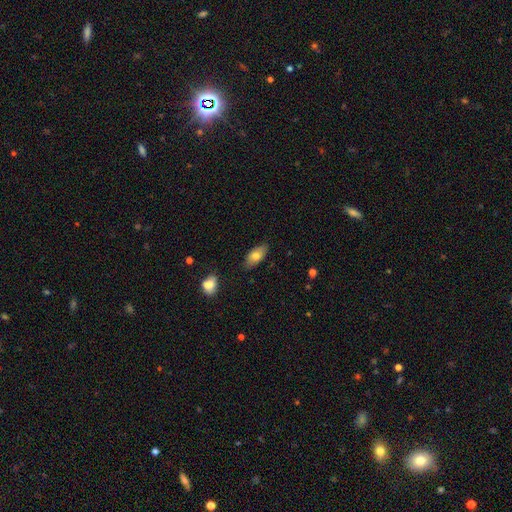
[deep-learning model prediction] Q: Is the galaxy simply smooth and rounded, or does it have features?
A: smooth — 75%.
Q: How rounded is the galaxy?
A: in between — 89%.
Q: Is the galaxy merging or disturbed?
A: none — 83%.